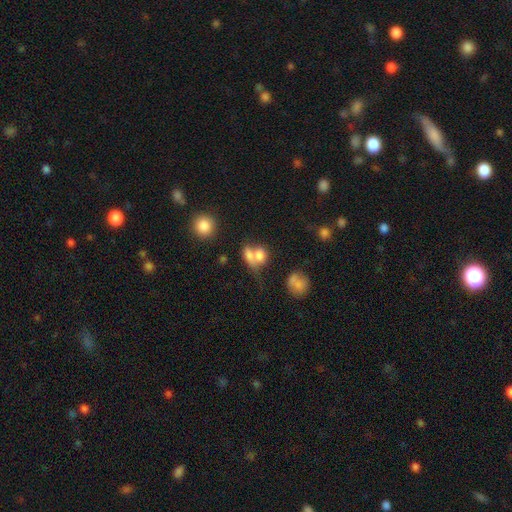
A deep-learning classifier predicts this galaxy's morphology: Overall: smooth (73%). How rounded: in between (61%; round 35%). Merging: merger (62%).